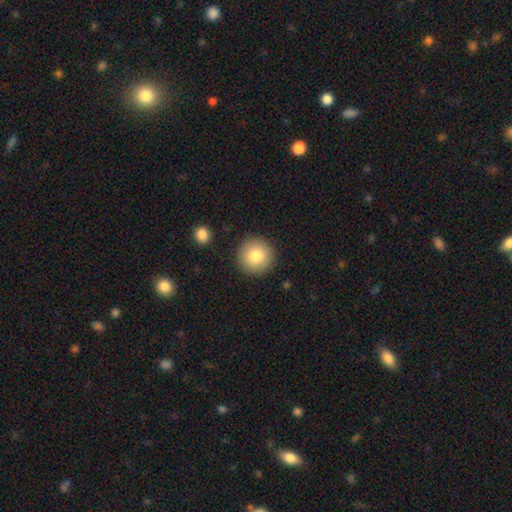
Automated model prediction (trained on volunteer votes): This is clearly a smooth galaxy (83%). How rounded: clearly round (95%). Merging: clearly none (90%).